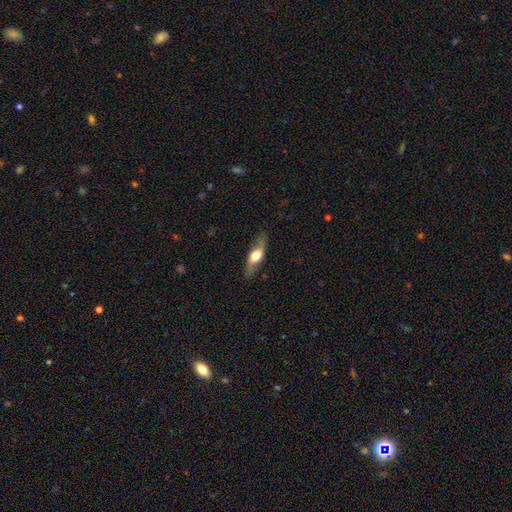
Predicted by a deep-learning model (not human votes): Morphology: type=featured or disk (48%); merging=none (81%).